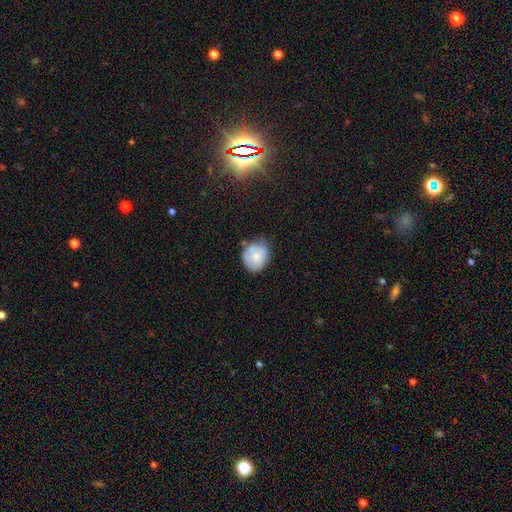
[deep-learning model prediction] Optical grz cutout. It shows a smooth galaxy with no disk features (70%) that is round (70%). Merging: none (60%).